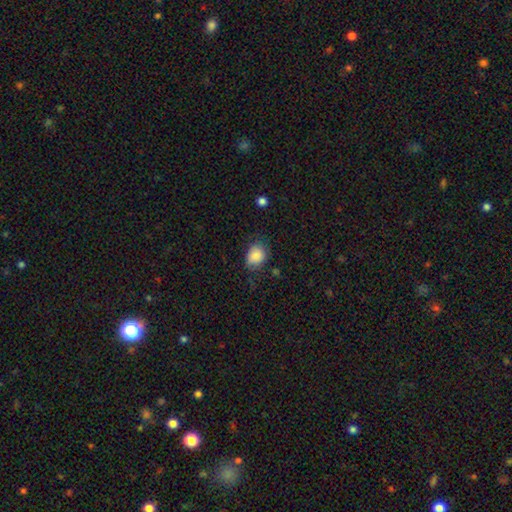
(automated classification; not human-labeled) Overall: smooth (85%). How rounded: in between (56%; round 44%). Merging: none (65%; minor disturbance 26%).